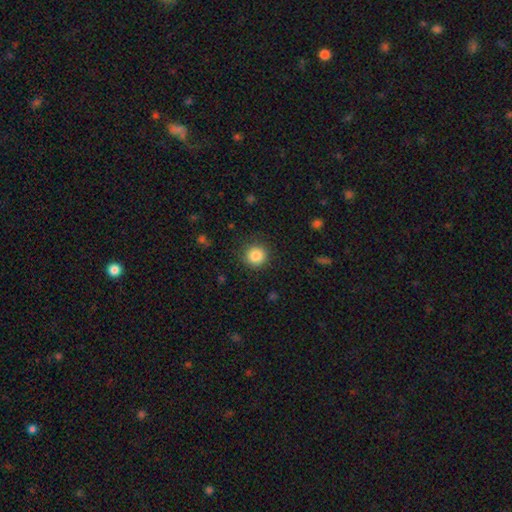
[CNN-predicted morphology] Smooth or featured?
  - smooth: 85% *
  - star or artifact: 10%
  - featured or disk: 5%
How rounded?
  - round: 93% *
  - in between: 6%
  - cigar-shaped: 1%
Merging?
  - none: 89% *
  - minor disturbance: 7%
  - major disturbance: 3%
  - merger: 1%